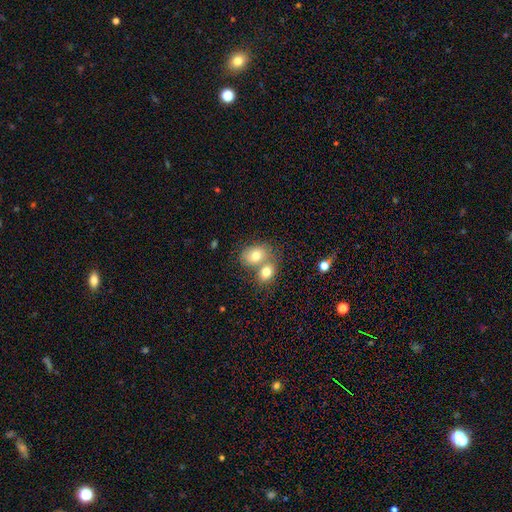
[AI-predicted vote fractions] This appears to be a smooth galaxy with no disk features (75%) that is in between round and cigar-shaped (64%). Merging: merger (57%).